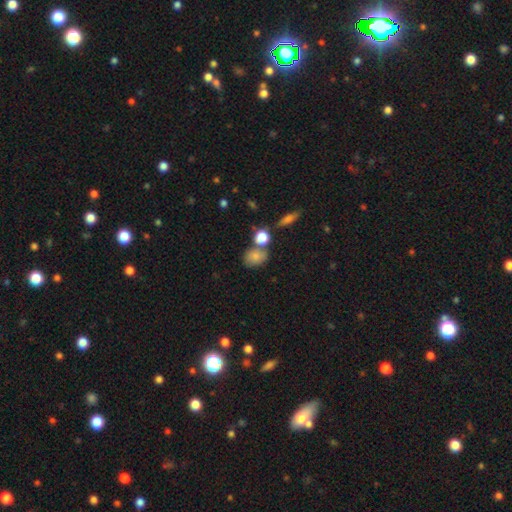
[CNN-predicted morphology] Smooth or featured? smooth (80%)
How rounded? in between (56%)
Merging? none (51%)